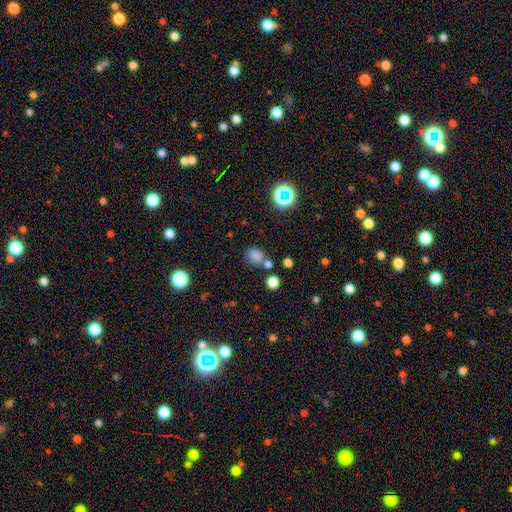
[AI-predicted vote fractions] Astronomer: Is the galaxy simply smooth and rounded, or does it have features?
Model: smooth — 75%.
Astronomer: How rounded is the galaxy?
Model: round — 64%.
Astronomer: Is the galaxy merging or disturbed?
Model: none — 66%.